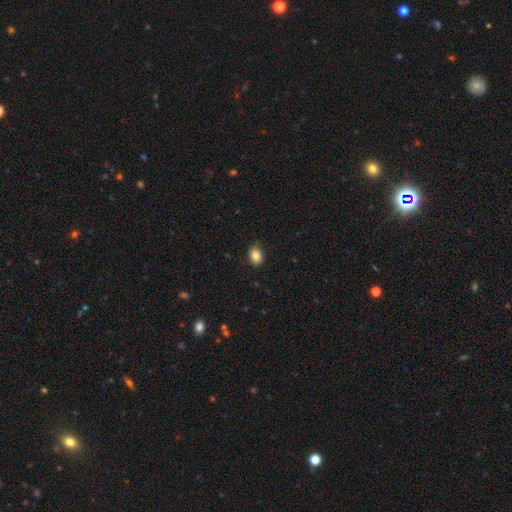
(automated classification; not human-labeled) A smooth galaxy with no disk features (86%) that is in between round and cigar-shaped (70%). Merging: none (85%).